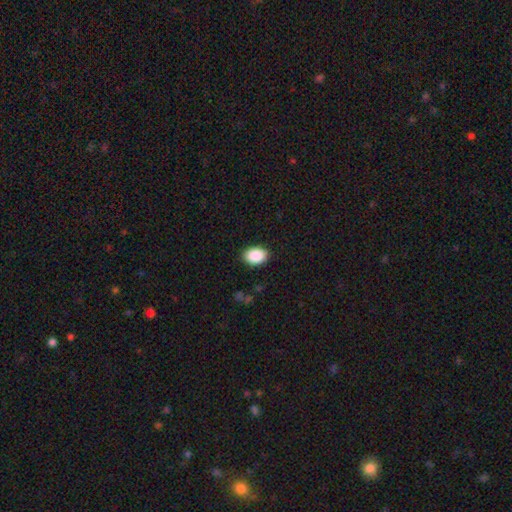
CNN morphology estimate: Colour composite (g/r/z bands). It shows a smooth galaxy with no disk features (90%) that is in between round and cigar-shaped (83%). Merging: none (88%).